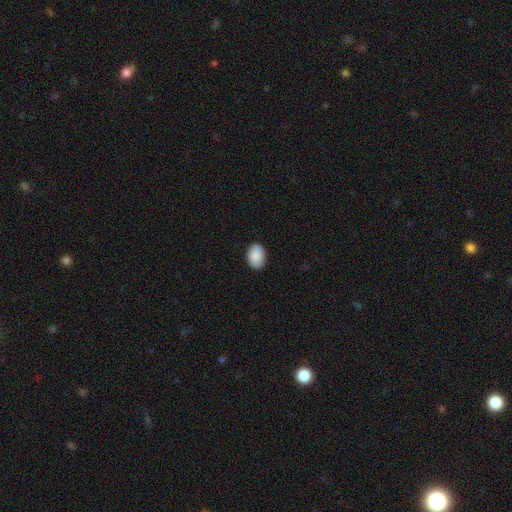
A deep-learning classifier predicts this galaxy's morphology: smooth-or-featured: smooth: 90% | star or artifact: 6% | featured or disk: 3%
  how-rounded: in between: 83% | round: 16% | cigar-shaped: 1%
  merging: none: 89% | minor disturbance: 8% | major disturbance: 2% | merger: 1%